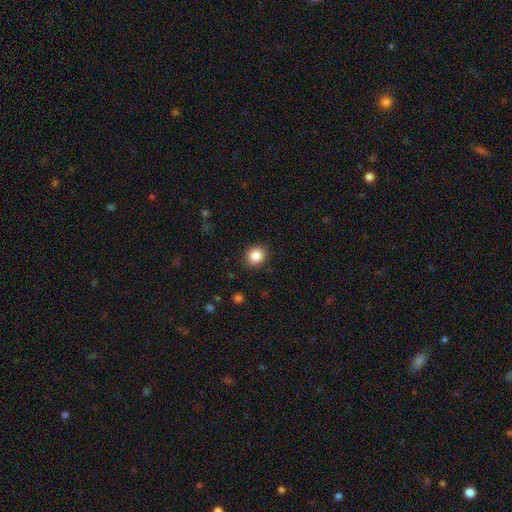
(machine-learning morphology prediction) smooth_or_featured: smooth (p=0.86) [alt: star or artifact p=0.09]
how_rounded: round (p=0.71) [alt: in between p=0.28]
merging: none (p=0.89) [alt: minor disturbance p=0.07]